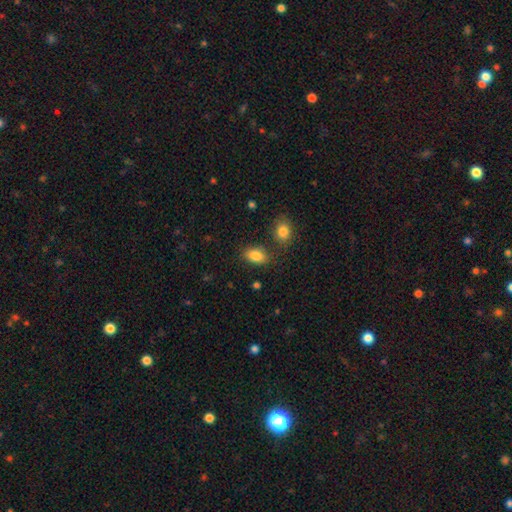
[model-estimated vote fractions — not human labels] A smooth galaxy with no disk features (85%) that is in between round and cigar-shaped (86%).

Vote fractions:
- Smooth or featured? smooth: 85% / star or artifact: 9% / featured or disk: 6%
- How rounded? in between: 86% / round: 12% / cigar-shaped: 2%
- Merging? none: 76% / minor disturbance: 13% / merger: 8% / major disturbance: 3%